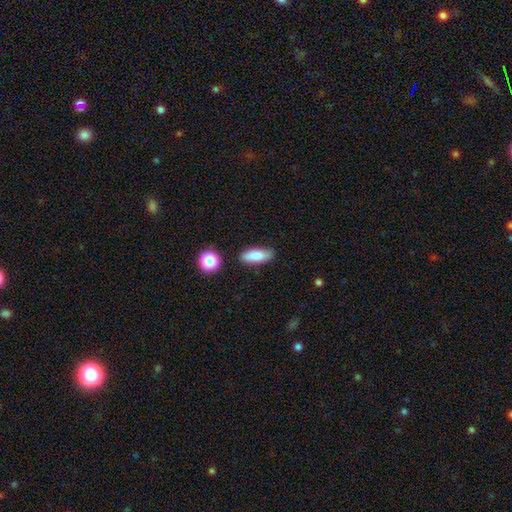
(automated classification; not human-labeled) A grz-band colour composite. It shows a smooth galaxy with no disk features (86%) that is in between round and cigar-shaped (74%). Merging: none (83%).